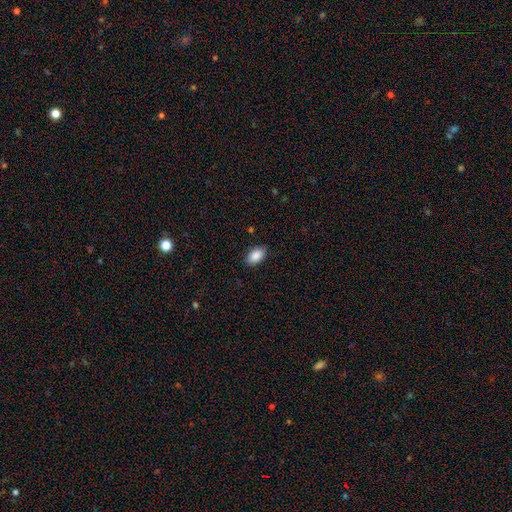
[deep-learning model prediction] A smooth galaxy with no disk features (89%) that is in between round and cigar-shaped (93%).

Vote fractions:
- Smooth or featured? smooth: 89% / star or artifact: 7% / featured or disk: 4%
- How rounded? in between: 93% / round: 6% / cigar-shaped: 1%
- Merging? none: 87% / minor disturbance: 9% / major disturbance: 2% / merger: 1%